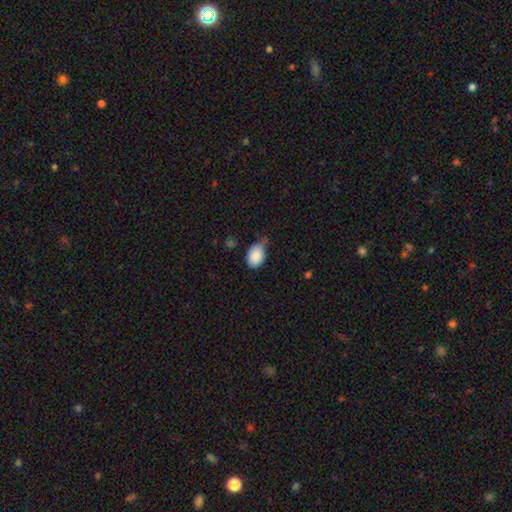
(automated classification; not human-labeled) This appears to be a smooth galaxy with no disk features (86%) that is in between round and cigar-shaped (71%). Merging: minor disturbance (47%).